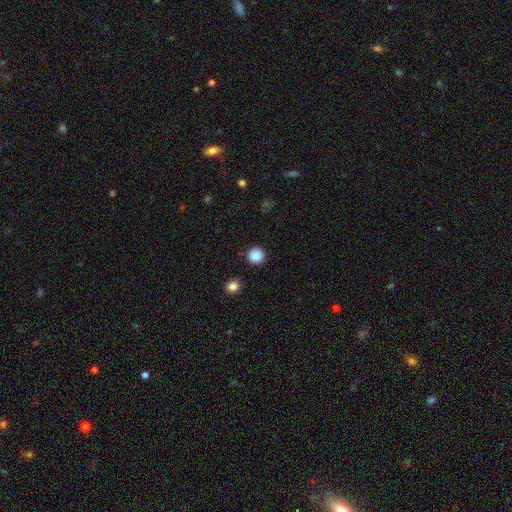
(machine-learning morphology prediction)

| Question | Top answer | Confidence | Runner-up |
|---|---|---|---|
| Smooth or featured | smooth | 87% | star or artifact (10%) |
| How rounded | round | 95% | in between (4%) |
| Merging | none | 90% | minor disturbance (6%) |